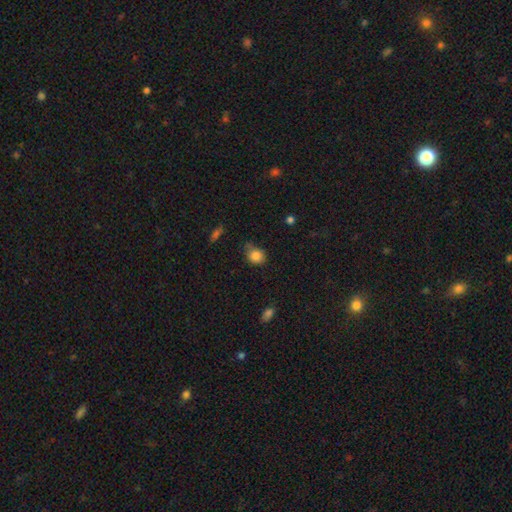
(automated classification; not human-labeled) Overall: smooth (84%). How rounded: round (59%; in between 39%). Merging: none (57%; minor disturbance 31%).